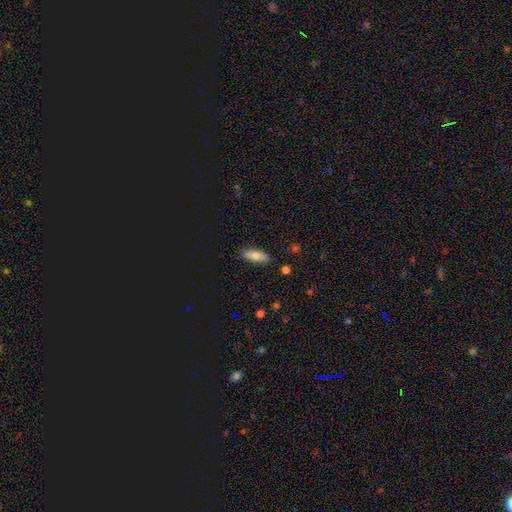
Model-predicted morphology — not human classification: A smooth galaxy with no disk features (73%) that is in between round and cigar-shaped (65%). Merging: none (85%).